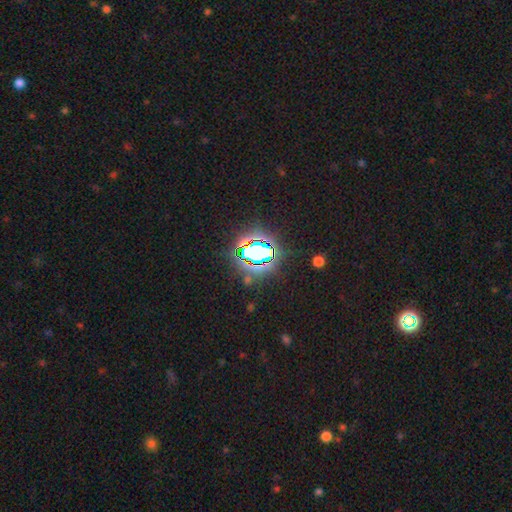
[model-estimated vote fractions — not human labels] This appears to be a star or artifact, not a galaxy (72%).